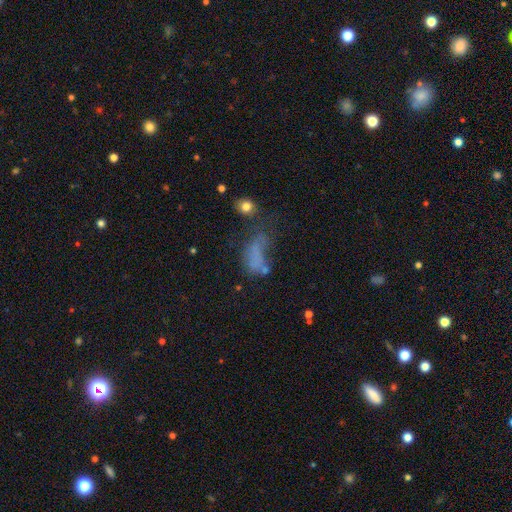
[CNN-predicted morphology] Q: Smooth or featured?
A: smooth (51%); runner-up: featured or disk (26%)
Q: How rounded?
A: in between (79%); runner-up: cigar-shaped (12%)
Q: Merging?
A: major disturbance (39%); runner-up: none (26%)